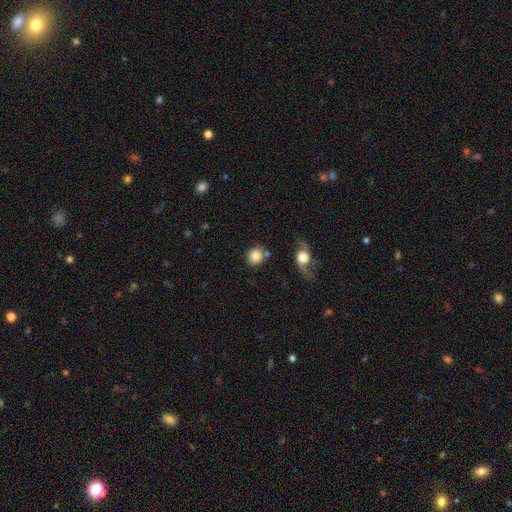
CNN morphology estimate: smooth_or_featured: smooth (p=0.81) [alt: featured or disk p=0.10]
how_rounded: round (p=0.87) [alt: in between p=0.12]
merging: none (p=0.73) [alt: minor disturbance p=0.12]